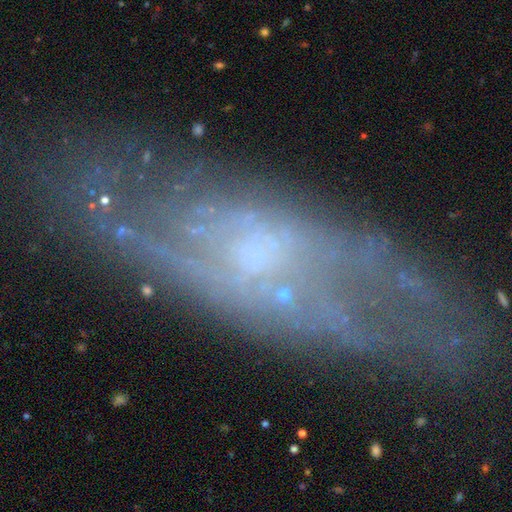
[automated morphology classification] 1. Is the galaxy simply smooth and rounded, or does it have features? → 72% featured or disk, 18% smooth, 10% star or artifact.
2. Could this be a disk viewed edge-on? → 74% no, 26% yes.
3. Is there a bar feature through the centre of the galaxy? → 61% no, 32% weak, 6% strong.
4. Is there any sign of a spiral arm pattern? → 72% yes, 28% no.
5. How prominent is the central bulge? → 62% small, 25% moderate, 9% none, 2% large, 1% dominant.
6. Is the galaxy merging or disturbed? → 74% none, 17% minor disturbance, 7% major disturbance, 2% merger.